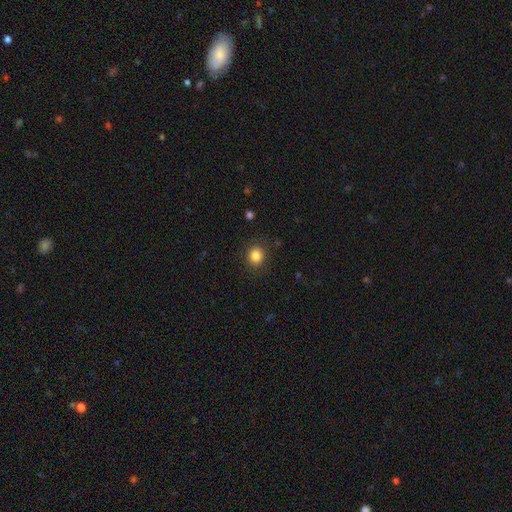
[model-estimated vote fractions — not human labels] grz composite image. It shows a smooth galaxy with no disk features (84%) that is round (78%). Merging: none (88%).